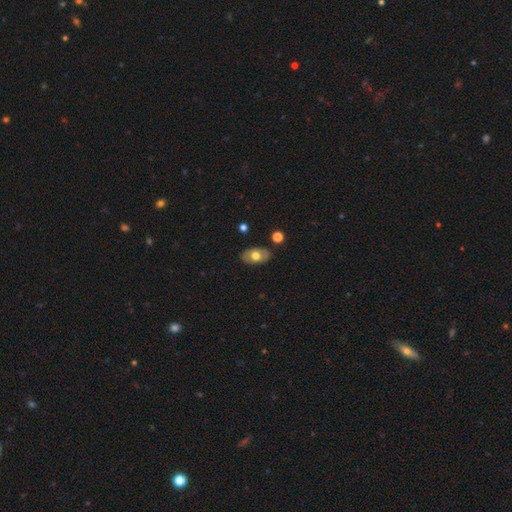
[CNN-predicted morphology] Smooth or featured? smooth (61%)
How rounded? in between (90%)
Merging? none (85%)